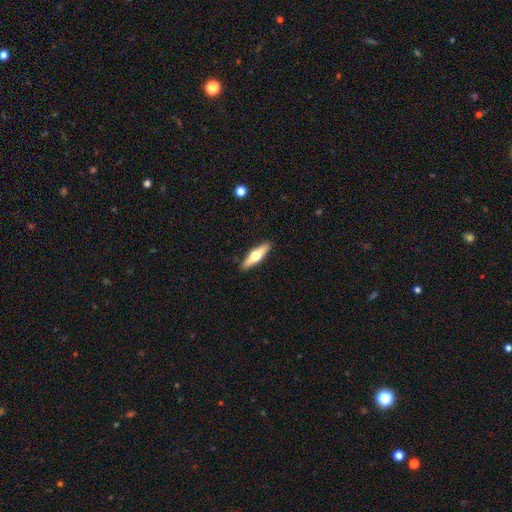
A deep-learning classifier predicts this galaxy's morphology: The model was most divided on "smooth or featured": featured or disk: 51%, smooth: 44%, star or artifact: 5%. More confident: edge-on disk — yes (93%); merging — none (91%).